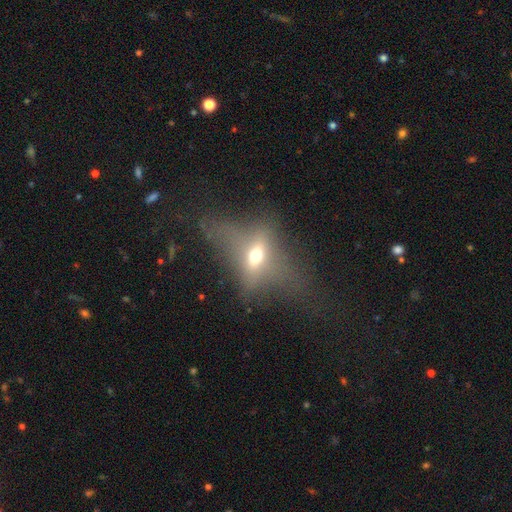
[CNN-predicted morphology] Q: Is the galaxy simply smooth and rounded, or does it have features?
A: featured or disk — 42%.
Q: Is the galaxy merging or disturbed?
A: none — 46%.